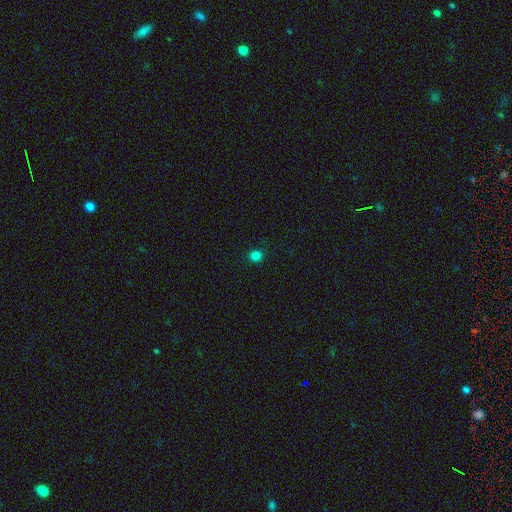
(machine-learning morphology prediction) A smooth galaxy with no disk features (81%) that is round (89%).

Vote fractions:
- Smooth or featured? smooth: 81% / star or artifact: 16% / featured or disk: 3%
- How rounded? round: 89% / in between: 10% / cigar-shaped: 1%
- Merging? none: 90% / minor disturbance: 7% / major disturbance: 2% / merger: 1%